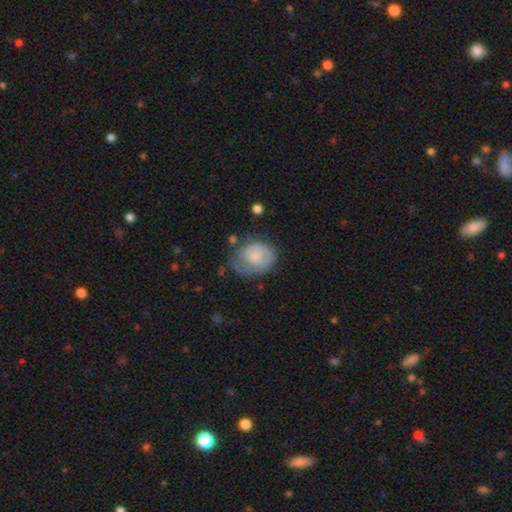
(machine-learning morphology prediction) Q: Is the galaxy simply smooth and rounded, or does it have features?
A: smooth — 59%.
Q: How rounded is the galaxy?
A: round — 50%.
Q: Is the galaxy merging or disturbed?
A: none — 45%.